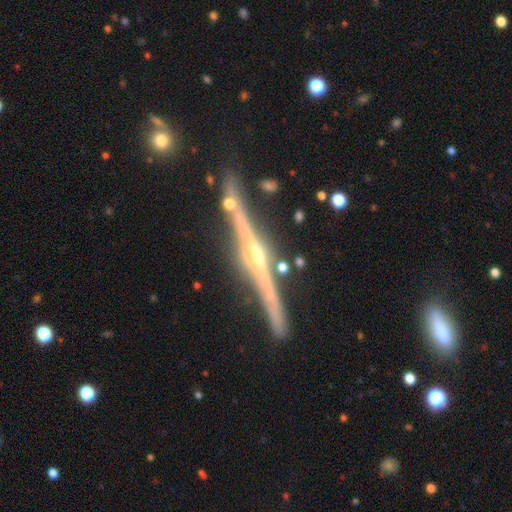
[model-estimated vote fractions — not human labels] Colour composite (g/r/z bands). It shows a featured or disk galaxy (88%) viewed edge-on (98%) with a rounded central bulge (77%). Merging: none (84%).